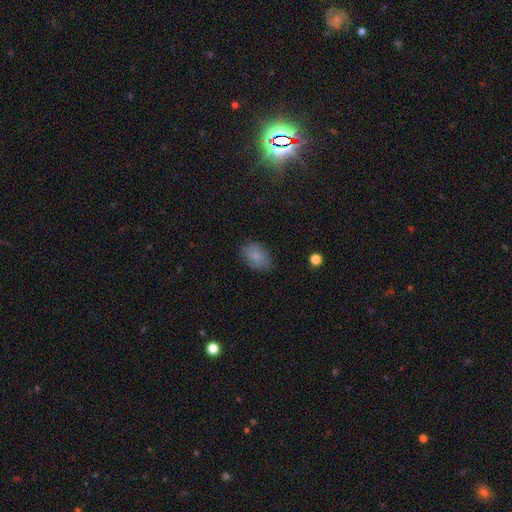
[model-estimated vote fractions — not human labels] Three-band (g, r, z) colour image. It shows a smooth galaxy with no disk features (83%) that is in between round and cigar-shaped (86%). Merging: none (80%).